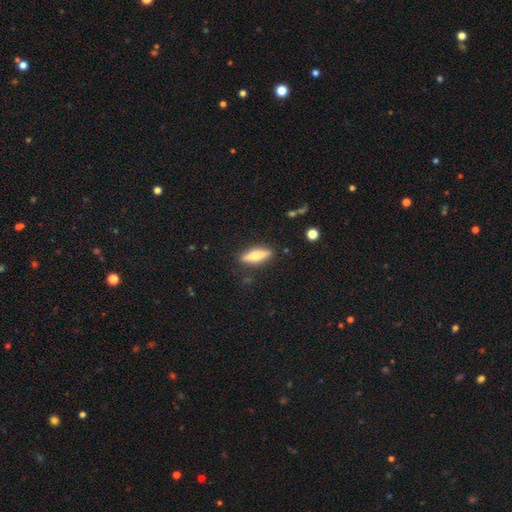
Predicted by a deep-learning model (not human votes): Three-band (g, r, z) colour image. It shows a smooth galaxy with no disk features (57%) that is cigar-shaped (63%). Merging: none (87%).